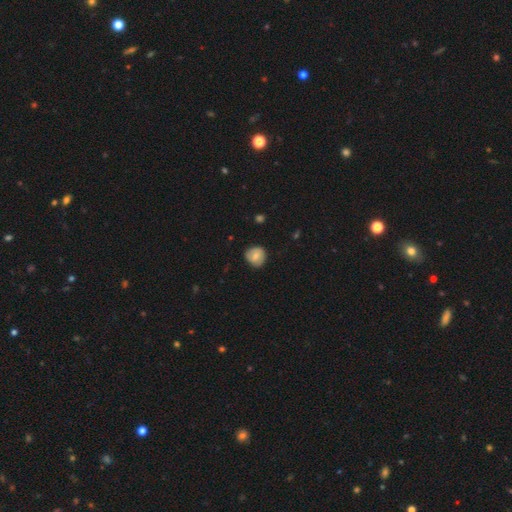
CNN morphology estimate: A smooth galaxy with no disk features (69%) that is round (86%).

Vote fractions:
- Smooth or featured? smooth: 69% / featured or disk: 24% / star or artifact: 8%
- How rounded? round: 86% / in between: 13% / cigar-shaped: 1%
- Merging? none: 76% / minor disturbance: 19% / major disturbance: 3% / merger: 1%